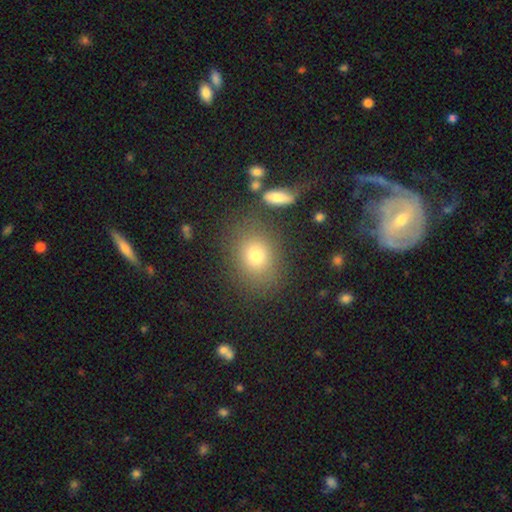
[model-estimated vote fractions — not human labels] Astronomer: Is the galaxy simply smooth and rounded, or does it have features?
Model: smooth — 75%.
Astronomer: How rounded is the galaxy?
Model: round — 50% (runner-up: in between, 49%).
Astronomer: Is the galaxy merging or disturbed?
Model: none — 79%.